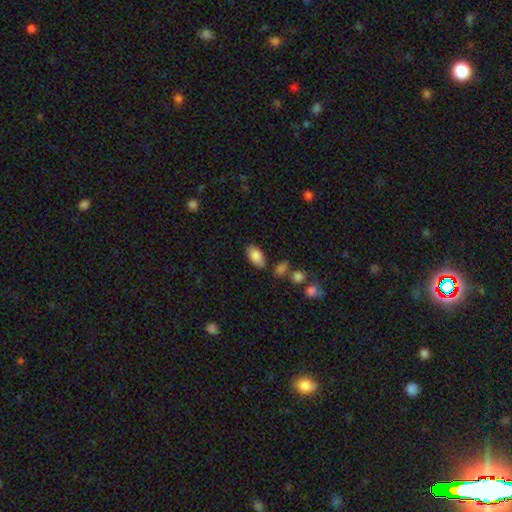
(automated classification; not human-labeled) Smooth or featured? Predicted: smooth (p=0.85). How rounded? Predicted: in between (p=0.93). Merging? Predicted: none (p=0.77).